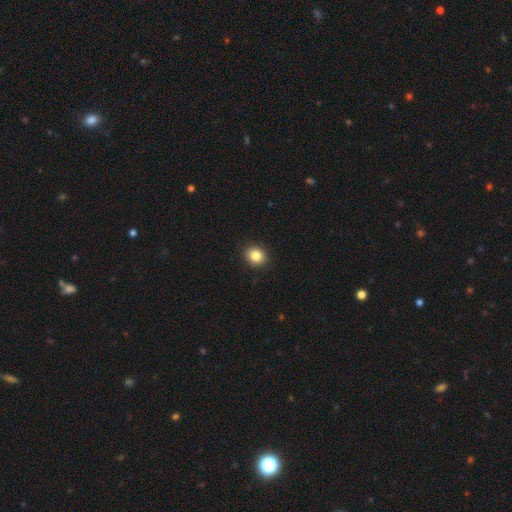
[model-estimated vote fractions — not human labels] Overall: smooth (84%). How rounded: round (70%). Merging: none (91%).